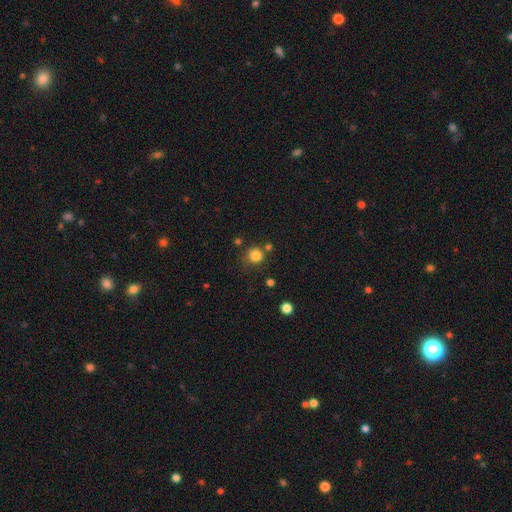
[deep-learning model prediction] This appears to be a smooth galaxy with no disk features (83%) that is round (91%). Merging: none (71%).